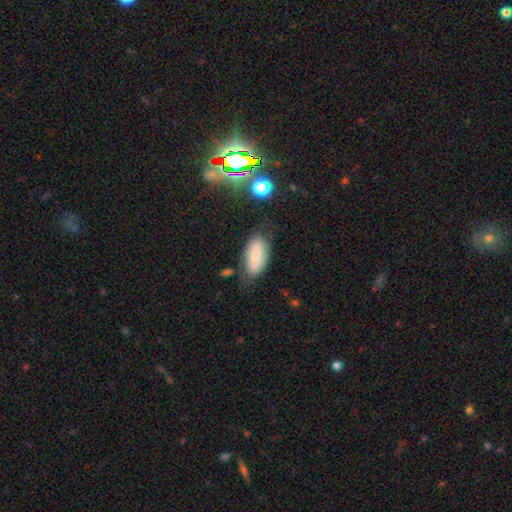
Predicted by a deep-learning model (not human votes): Morphology: type=smooth (67%); roundness=in between (90%); merging=none (66%).